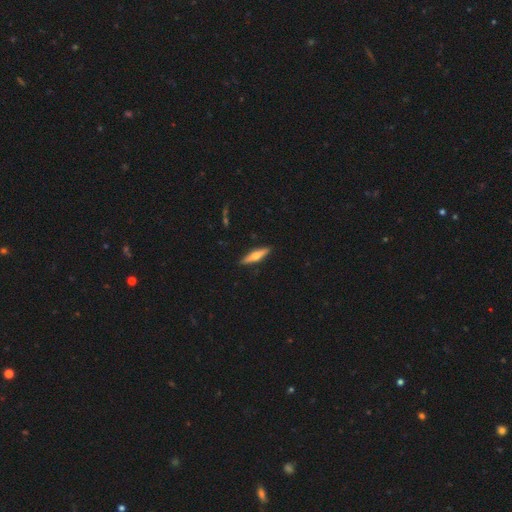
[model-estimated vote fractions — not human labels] Smooth or featured: featured or disk — 55% (smooth — 40%)
Edge-on disk: yes — 95% (no — 5%)
Edge-on bulge: rounded — 93% (none — 4%)
Merging: none — 90% (minor disturbance — 7%)